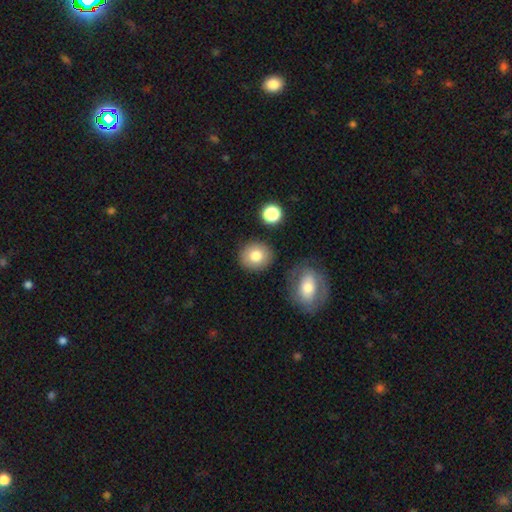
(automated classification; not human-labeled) A smooth galaxy with no disk features (80%) that is round (85%).

Vote fractions:
- Smooth or featured? smooth: 80% / featured or disk: 11% / star or artifact: 9%
- How rounded? round: 85% / in between: 14% / cigar-shaped: 1%
- Merging? none: 83% / minor disturbance: 9% / merger: 5% / major disturbance: 3%